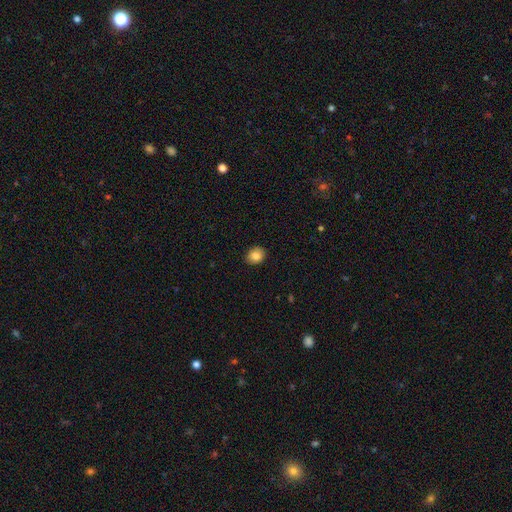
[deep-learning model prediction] This is clearly a smooth galaxy (84%). How rounded: likely round (60%). Merging: clearly none (90%).